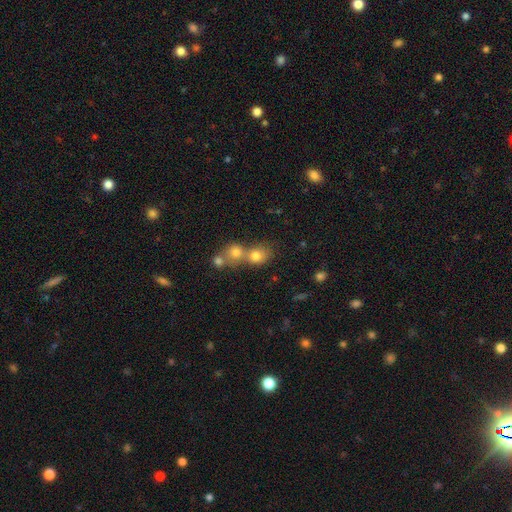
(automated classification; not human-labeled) Smooth or featured? Predicted: smooth (p=0.72). How rounded? Predicted: round (p=0.73). Merging? Predicted: merger (p=0.54).